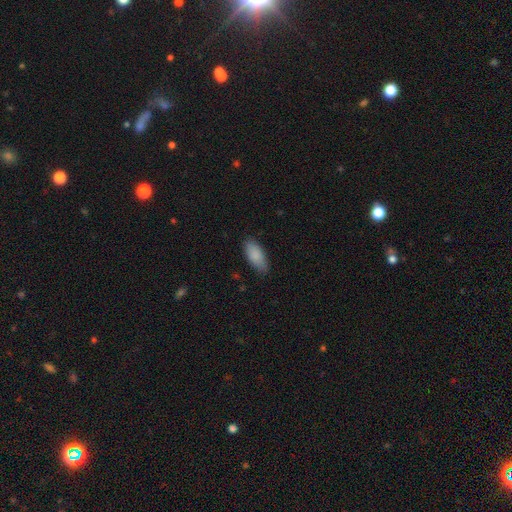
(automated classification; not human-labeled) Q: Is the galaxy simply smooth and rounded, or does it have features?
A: smooth — 87%.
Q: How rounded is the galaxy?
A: in between — 86%.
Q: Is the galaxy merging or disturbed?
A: none — 83%.